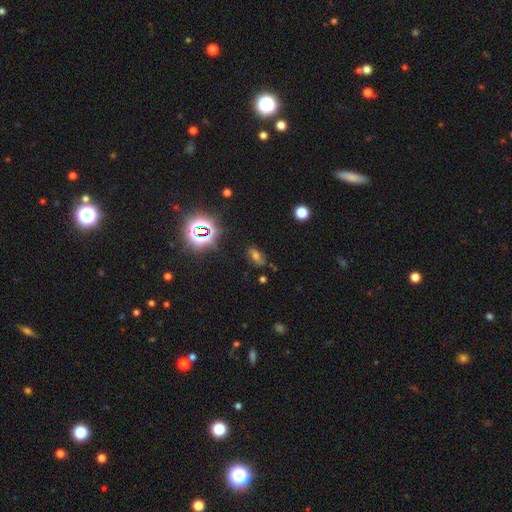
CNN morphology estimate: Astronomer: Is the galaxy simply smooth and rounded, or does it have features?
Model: smooth — 45% (runner-up: star or artifact, 34%).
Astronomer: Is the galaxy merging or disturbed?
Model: none — 70%.